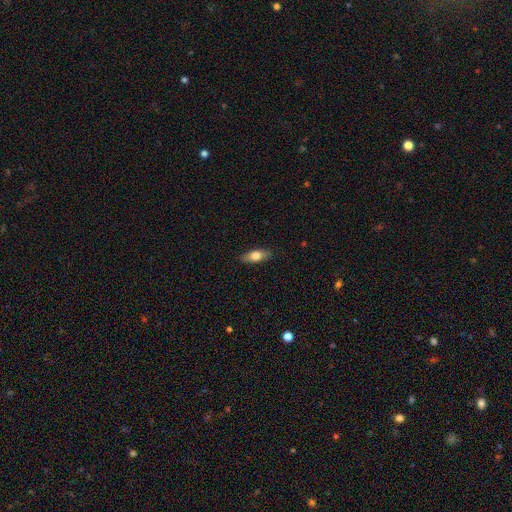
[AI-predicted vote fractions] Smooth or featured?
  - smooth: 72% *
  - featured or disk: 22%
  - star or artifact: 6%
How rounded?
  - in between: 74% *
  - cigar-shaped: 23%
  - round: 3%
Merging?
  - none: 87% *
  - minor disturbance: 10%
  - major disturbance: 2%
  - merger: 1%